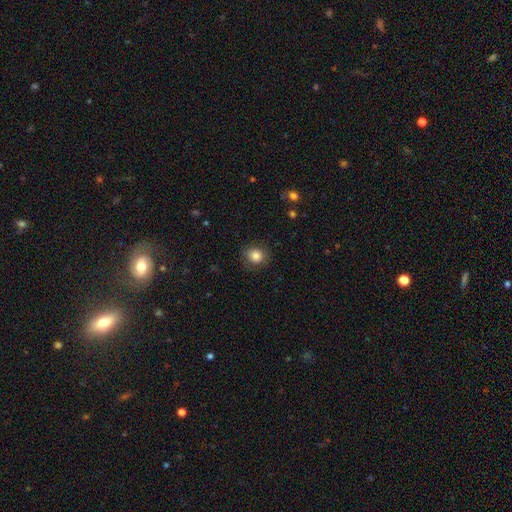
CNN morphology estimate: This is clearly a smooth galaxy (83%). How rounded: clearly round (82%). Merging: clearly none (81%).